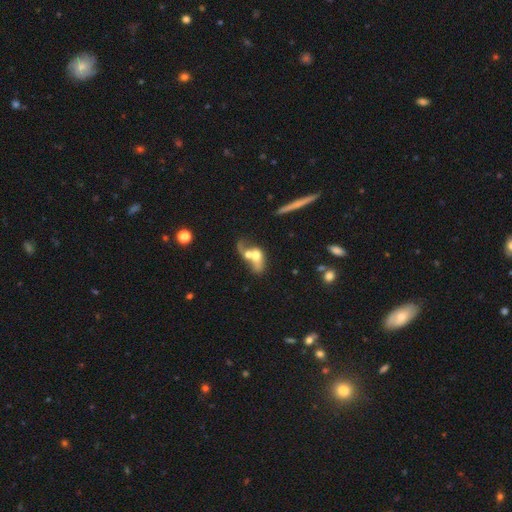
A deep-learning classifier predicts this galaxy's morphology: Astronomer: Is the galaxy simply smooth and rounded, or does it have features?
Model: smooth — 49% (runner-up: featured or disk, 41%).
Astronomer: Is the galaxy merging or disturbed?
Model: merger — 72%.